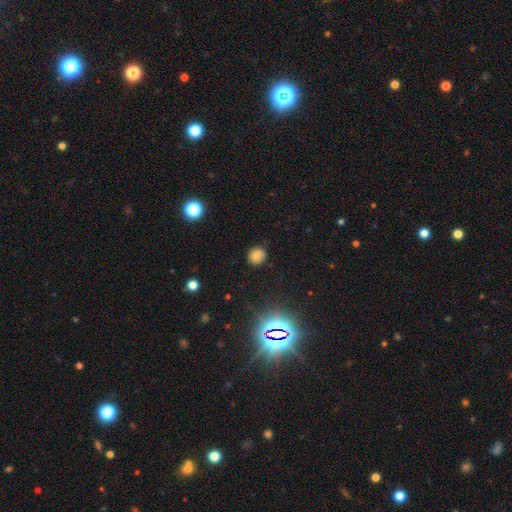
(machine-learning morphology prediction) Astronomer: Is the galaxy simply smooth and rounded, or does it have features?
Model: smooth — 77%.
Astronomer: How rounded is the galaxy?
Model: round — 88%.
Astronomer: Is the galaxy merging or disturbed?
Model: none — 89%.